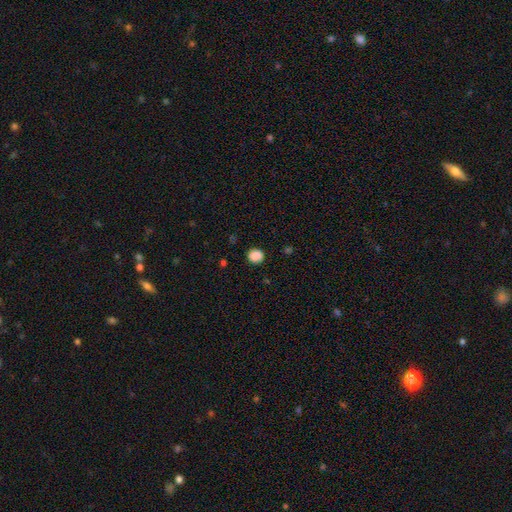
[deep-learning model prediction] Smooth or featured? Predicted: smooth (p=0.88). How rounded? Predicted: round (p=0.77). Merging? Predicted: none (p=0.87).